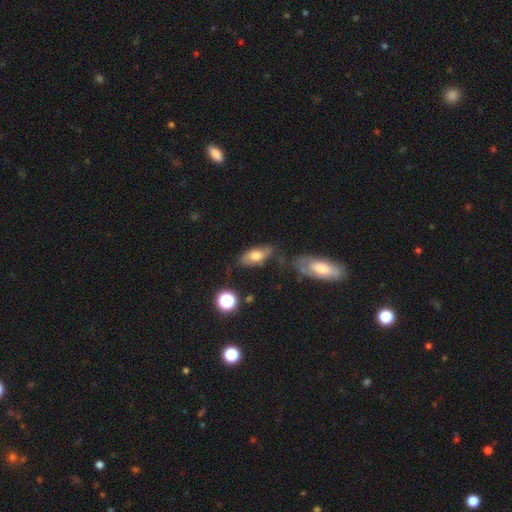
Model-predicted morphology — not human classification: This is likely a smooth galaxy (65%). How rounded: clearly in between (83%). Merging: possibly none (57%).